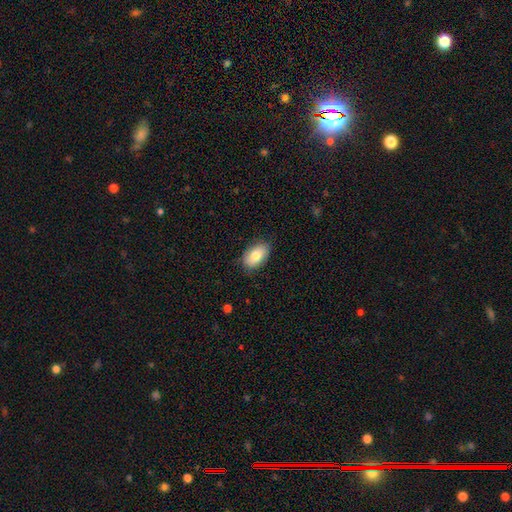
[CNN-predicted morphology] Smooth or featured?
  - smooth: 80% *
  - featured or disk: 13%
  - star or artifact: 7%
How rounded?
  - in between: 93% *
  - round: 6%
  - cigar-shaped: 2%
Merging?
  - none: 83% *
  - minor disturbance: 13%
  - major disturbance: 2%
  - merger: 1%